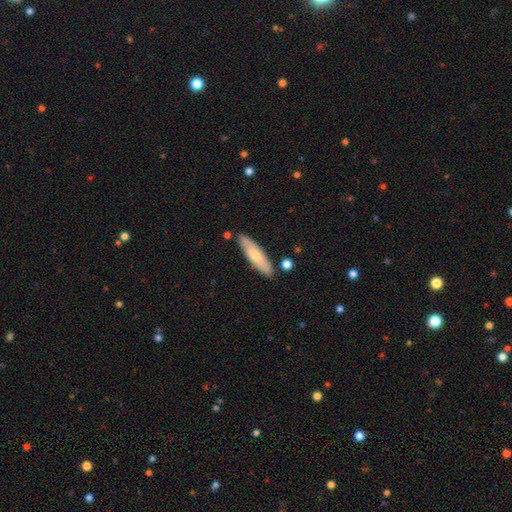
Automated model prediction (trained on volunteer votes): Smooth or featured: smooth — 64% (featured or disk — 30%)
How rounded: cigar-shaped — 66% (in between — 32%)
Merging: none — 81% (minor disturbance — 13%)